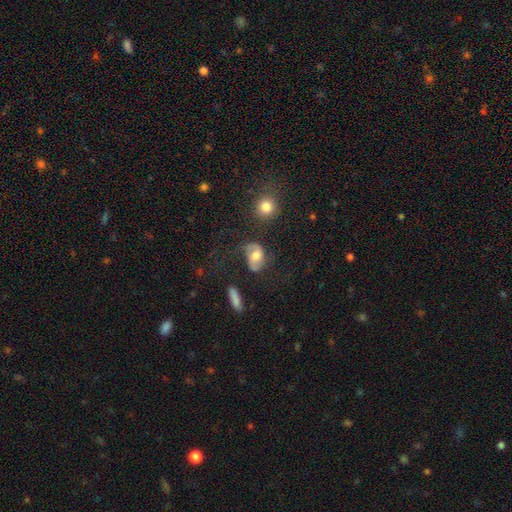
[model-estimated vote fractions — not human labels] Q: Smooth or featured?
A: featured or disk (51%); runner-up: smooth (40%)
Q: Edge-on disk?
A: no (95%); runner-up: yes (5%)
Q: Merging?
A: none (51%); runner-up: minor disturbance (24%)